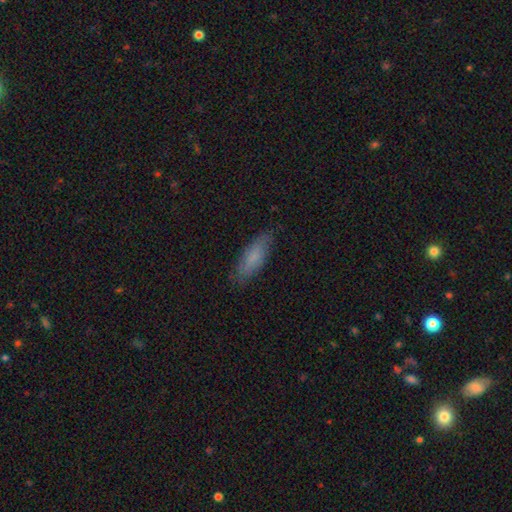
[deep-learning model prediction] Smooth or featured? Predicted: smooth (p=0.74). How rounded? Predicted: in between (p=0.53). Merging? Predicted: none (p=0.82).